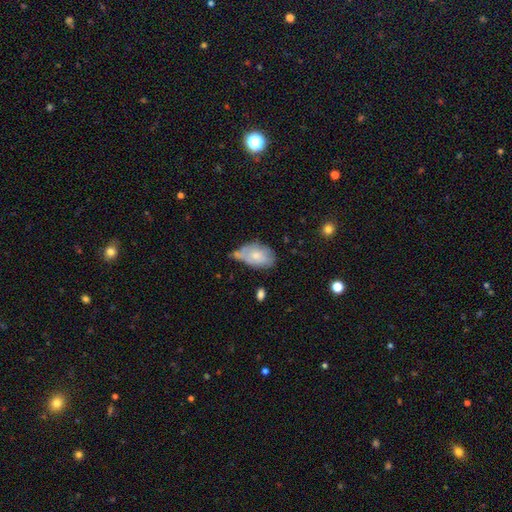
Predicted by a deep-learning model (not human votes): Smooth or featured? Predicted: smooth (p=0.65). How rounded? Predicted: in between (p=0.90). Merging? Predicted: minor disturbance (p=0.40).